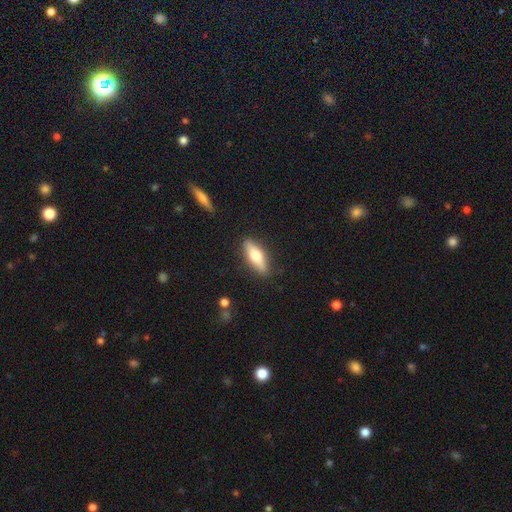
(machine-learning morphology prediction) A smooth galaxy with no disk features (56%) that is in between round and cigar-shaped (50%). Merging: none (87%).